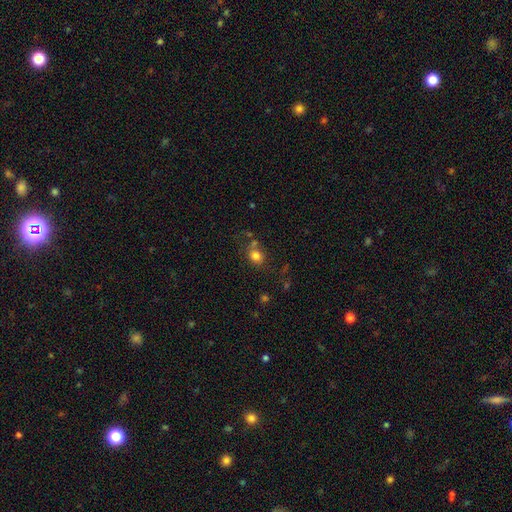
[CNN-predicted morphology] This appears to be a smooth galaxy with no disk features (79%) that is round (67%). Merging: none (61%).